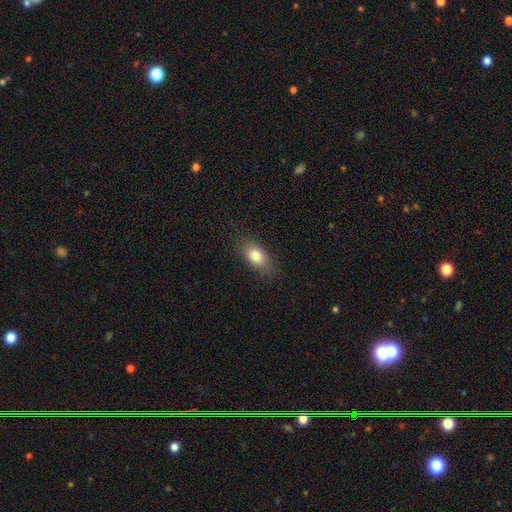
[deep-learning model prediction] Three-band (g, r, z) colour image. It shows a smooth galaxy with no disk features (80%) that is in between round and cigar-shaped (83%). Merging: none (83%).